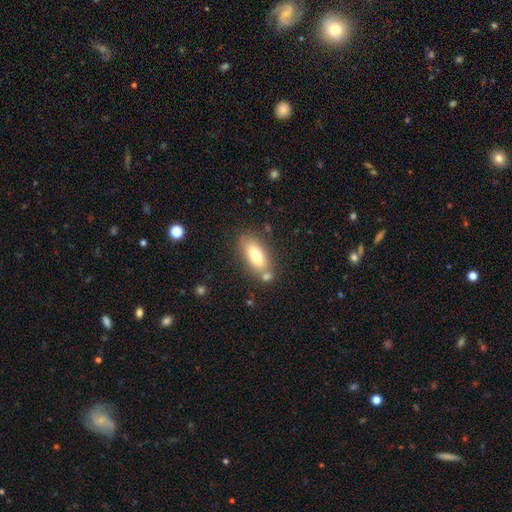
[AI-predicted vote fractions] smooth 73%, featured or disk 19%, star or artifact 8%. Down the decision tree: how rounded — in between (82%); merging — none (69%).